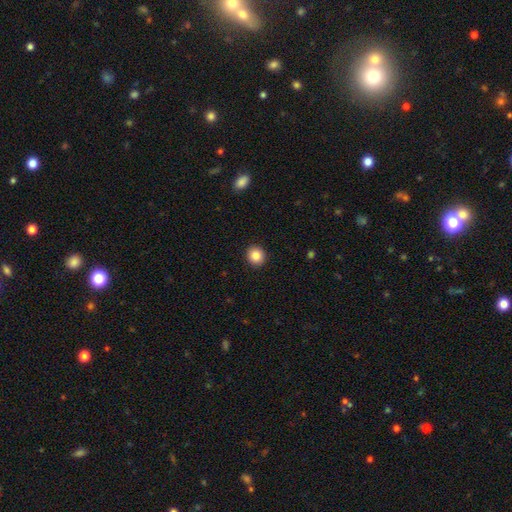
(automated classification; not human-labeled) The model was most divided on "smooth or featured": smooth: 85%, star or artifact: 9%, featured or disk: 5%. More confident: merging — none (92%); how rounded — round (89%).